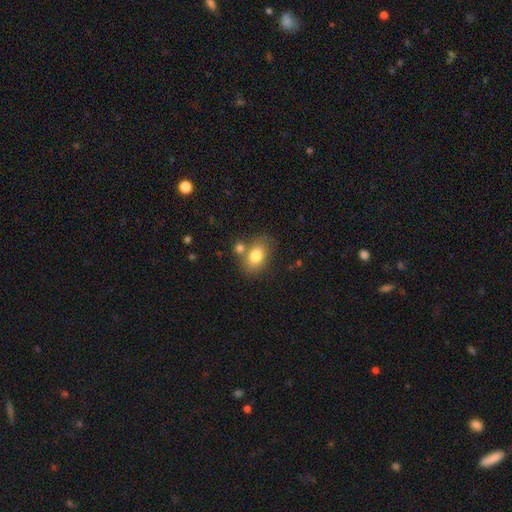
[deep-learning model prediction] Morphology: type=smooth (79%); roundness=in between (76%); merging=none (59%).